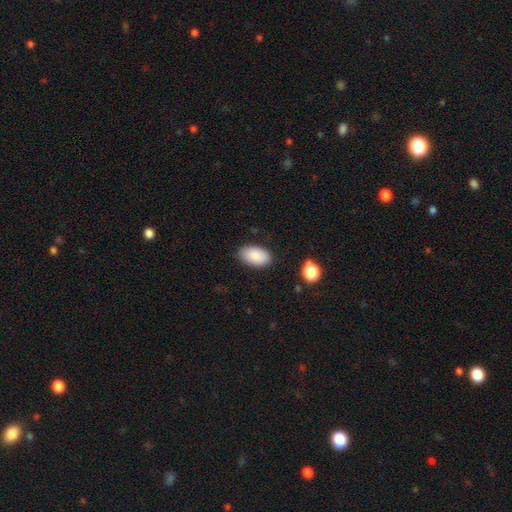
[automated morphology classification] This is clearly a smooth galaxy (88%). How rounded: clearly in between (94%). Merging: clearly none (84%).